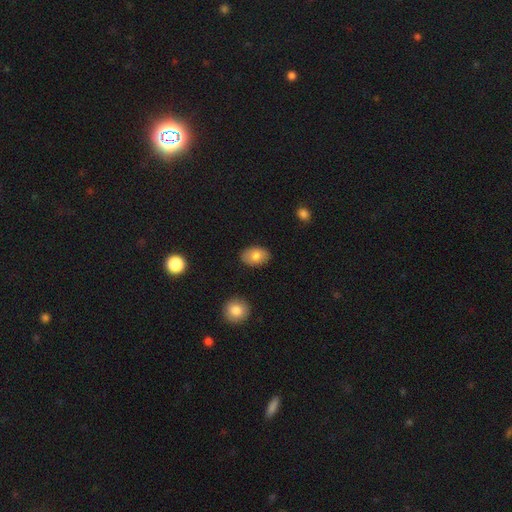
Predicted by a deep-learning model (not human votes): The model was most divided on "smooth or featured": smooth: 79%, featured or disk: 14%, star or artifact: 7%. More confident: how rounded — in between (86%); merging — none (86%).